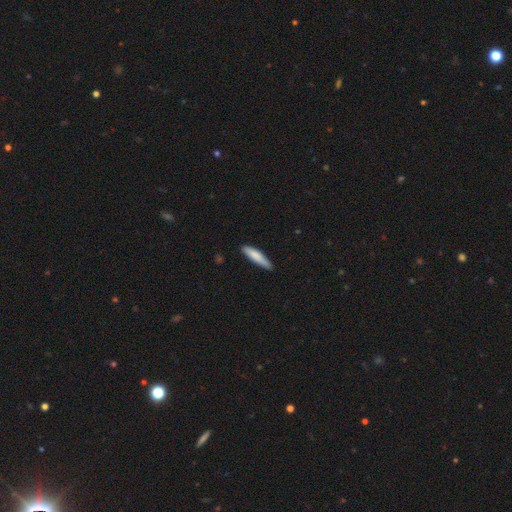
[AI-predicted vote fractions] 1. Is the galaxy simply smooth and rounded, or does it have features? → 80% smooth, 15% featured or disk, 5% star or artifact.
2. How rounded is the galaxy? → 84% cigar-shaped, 15% in between, 1% round.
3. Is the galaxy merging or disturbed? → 80% none, 16% minor disturbance, 2% major disturbance, 1% merger.